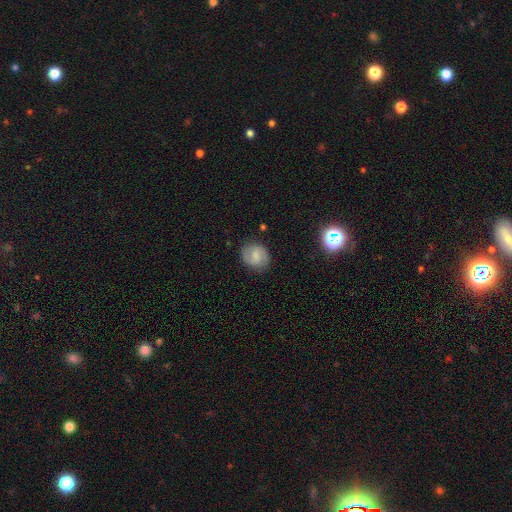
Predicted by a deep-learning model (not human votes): This is possibly a smooth galaxy (46%). Merging: clearly none (82%).